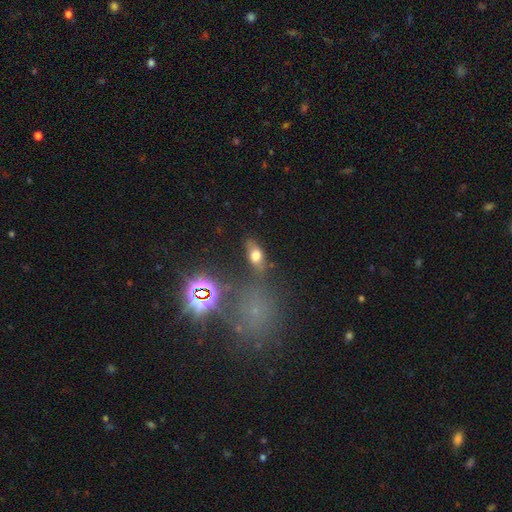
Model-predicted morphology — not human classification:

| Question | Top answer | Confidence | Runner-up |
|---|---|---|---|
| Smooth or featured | smooth | 62% | featured or disk (20%) |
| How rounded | in between | 80% | round (11%) |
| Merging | none | 65% | minor disturbance (17%) |